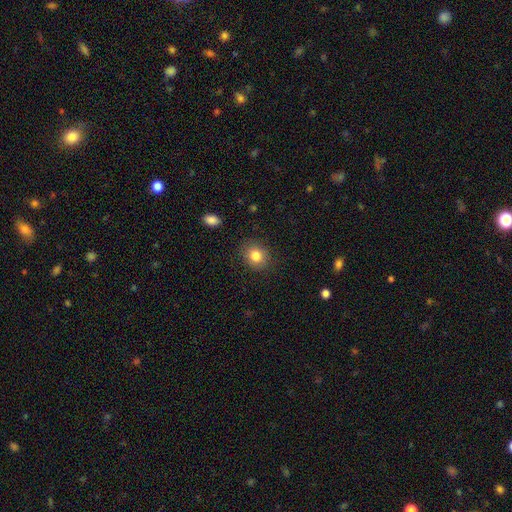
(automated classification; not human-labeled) Morphology: type=smooth (83%); roundness=round (67%); merging=none (85%).